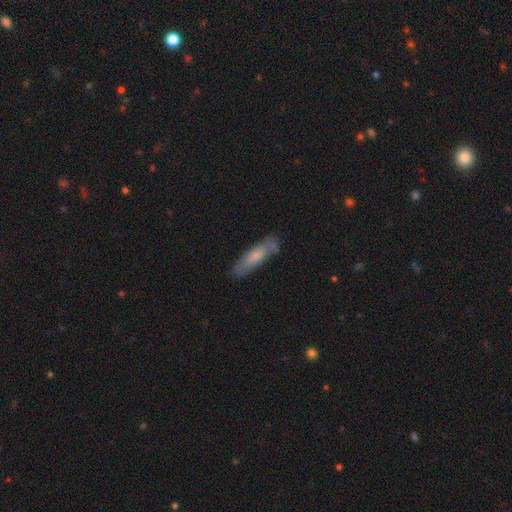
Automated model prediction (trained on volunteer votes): Smooth or featured: smooth — 66% (featured or disk — 27%)
How rounded: cigar-shaped — 70% (in between — 28%)
Merging: none — 71% (minor disturbance — 19%)